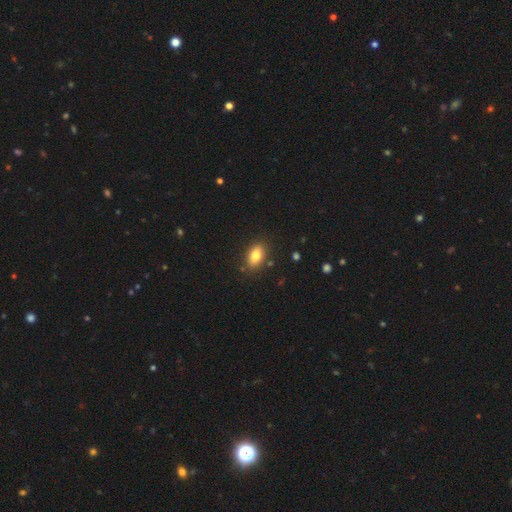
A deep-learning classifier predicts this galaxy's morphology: Smooth or featured? Predicted: smooth (p=0.81). How rounded? Predicted: in between (p=0.88). Merging? Predicted: none (p=0.85).